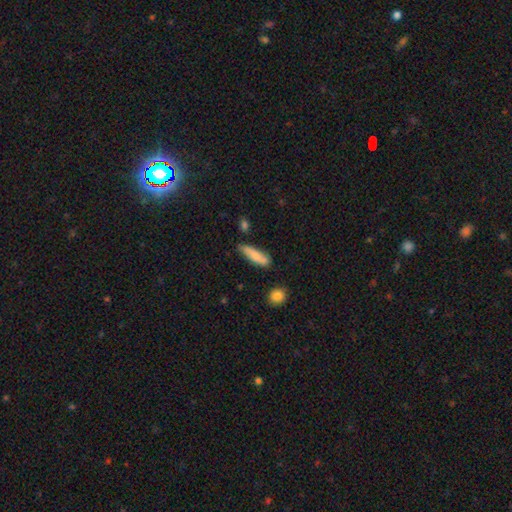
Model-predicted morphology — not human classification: A smooth galaxy with no disk features (76%) that is cigar-shaped (65%). Merging: none (69%).